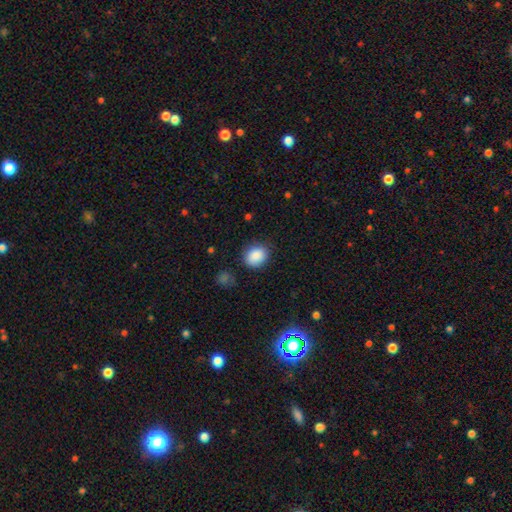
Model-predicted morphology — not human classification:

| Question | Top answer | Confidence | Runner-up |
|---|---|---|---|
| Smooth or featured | smooth | 88% | star or artifact (8%) |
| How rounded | round | 58% | in between (41%) |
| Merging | none | 81% | minor disturbance (14%) |